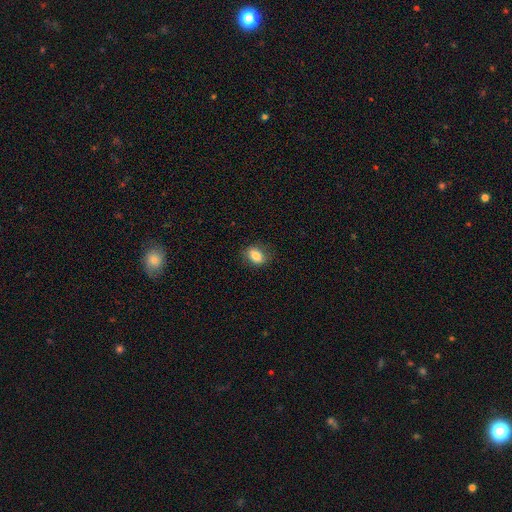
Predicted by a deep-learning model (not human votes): Smooth or featured? smooth (84%)
How rounded? in between (71%)
Merging? none (80%)